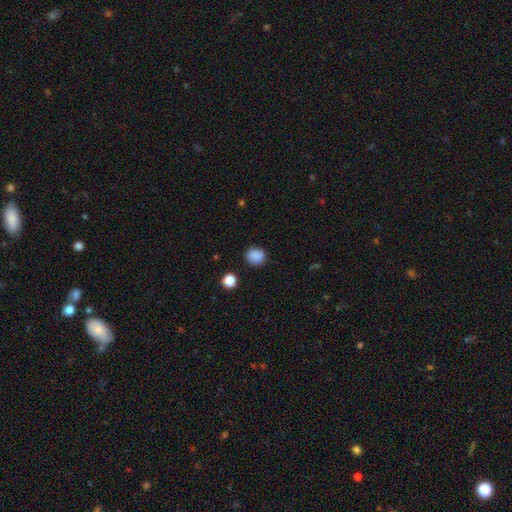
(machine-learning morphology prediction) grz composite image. It shows a smooth galaxy with no disk features (87%) that is round (85%). Merging: none (87%).